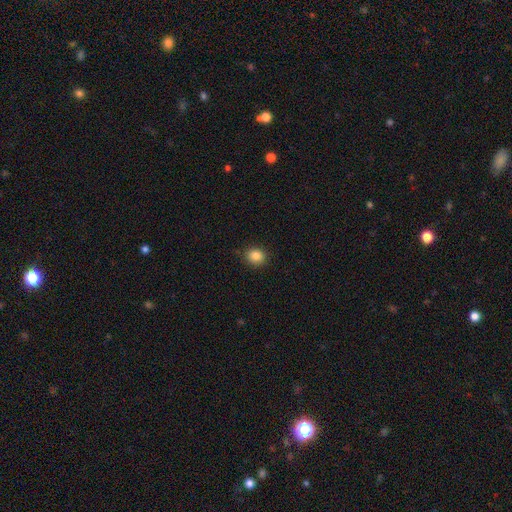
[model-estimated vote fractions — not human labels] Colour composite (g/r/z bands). It shows a smooth galaxy with no disk features (85%) that is round (72%). Merging: none (86%).